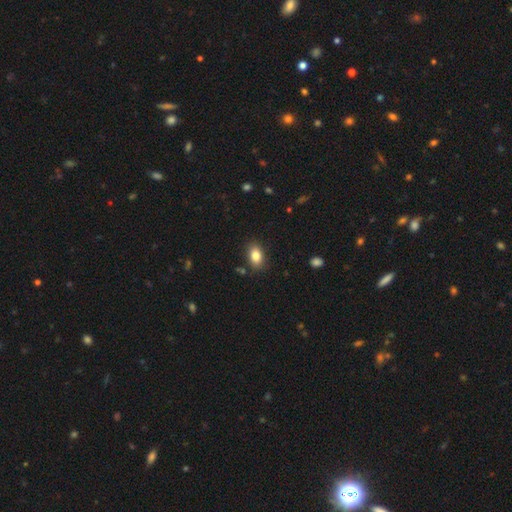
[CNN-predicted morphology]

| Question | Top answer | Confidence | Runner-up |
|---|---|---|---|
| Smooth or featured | smooth | 84% | star or artifact (9%) |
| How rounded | in between | 87% | round (11%) |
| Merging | none | 85% | minor disturbance (10%) |